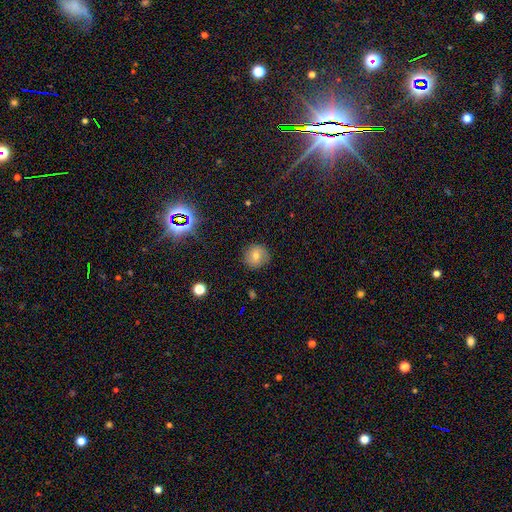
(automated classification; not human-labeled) Overall: smooth (67%). How rounded: round (92%). Merging: none (86%).